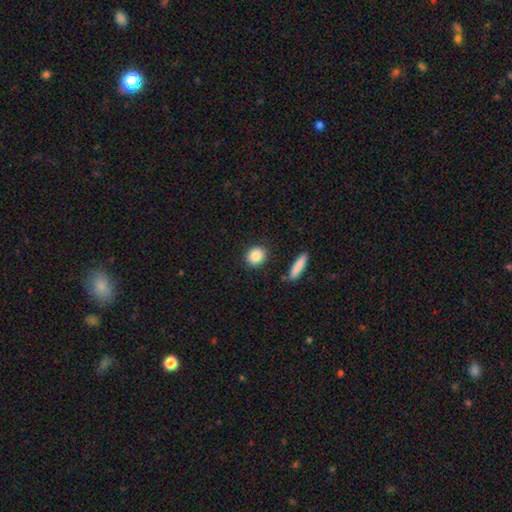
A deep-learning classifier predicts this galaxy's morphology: This appears to be a smooth galaxy with no disk features (88%) that is round (75%). Merging: none (88%).